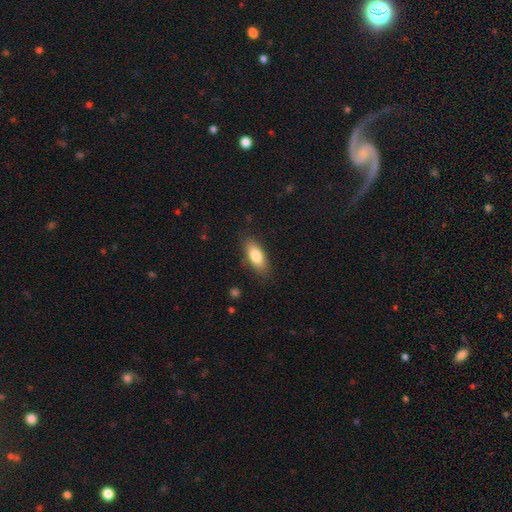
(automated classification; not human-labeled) Smooth or featured? Predicted: smooth (p=0.80). How rounded? Predicted: in between (p=0.77). Merging? Predicted: none (p=0.83).